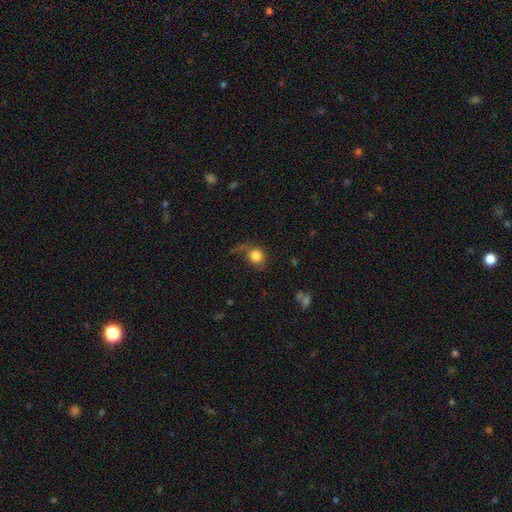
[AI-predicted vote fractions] Q: Smooth or featured?
A: smooth (80%); runner-up: featured or disk (11%)
Q: How rounded?
A: round (83%); runner-up: in between (16%)
Q: Merging?
A: none (48%); runner-up: major disturbance (23%)